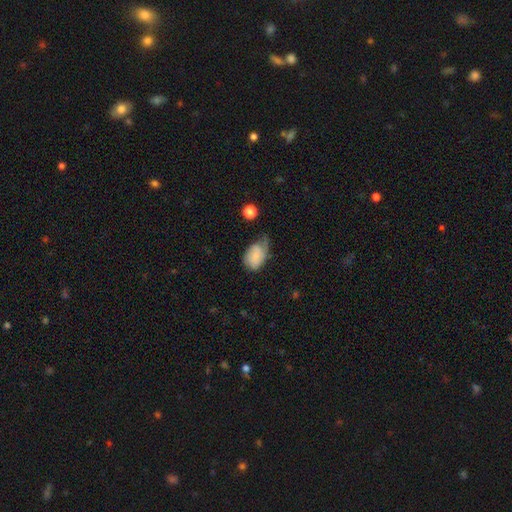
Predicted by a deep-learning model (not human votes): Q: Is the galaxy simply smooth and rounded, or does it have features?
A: smooth — 71%.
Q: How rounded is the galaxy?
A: in between — 83%.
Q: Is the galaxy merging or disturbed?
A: minor disturbance — 44%.